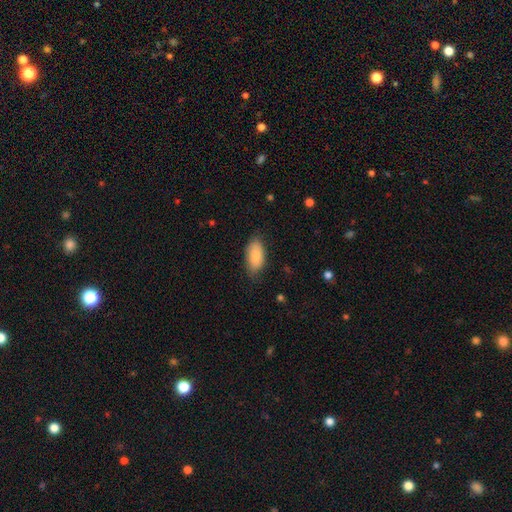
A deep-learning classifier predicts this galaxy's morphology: This is clearly a smooth galaxy (86%). How rounded: clearly in between (92%). Merging: likely none (77%).